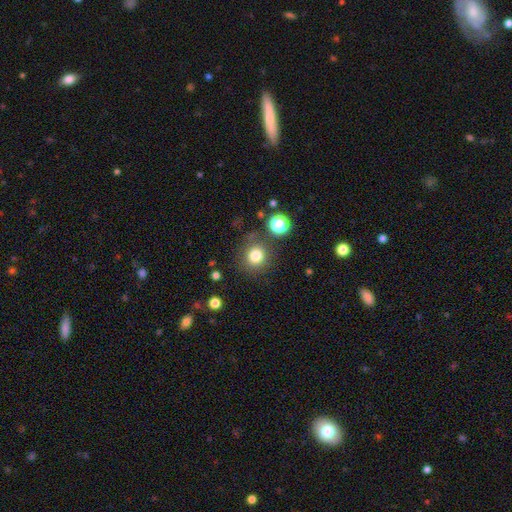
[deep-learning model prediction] A smooth galaxy with no disk features (80%) that is round (87%). Merging: none (78%).